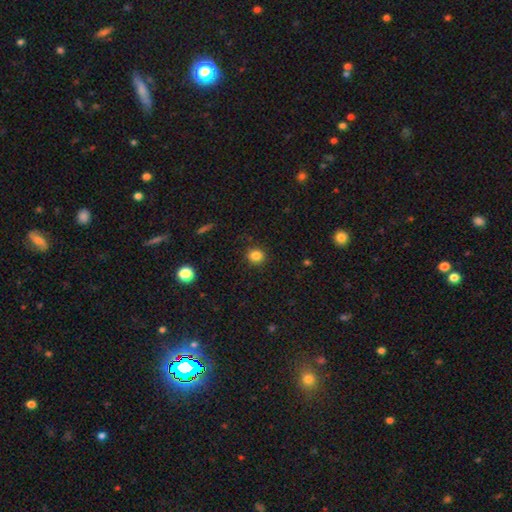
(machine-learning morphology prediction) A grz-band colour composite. It shows a smooth galaxy with no disk features (83%) that is round (85%). Merging: none (90%).